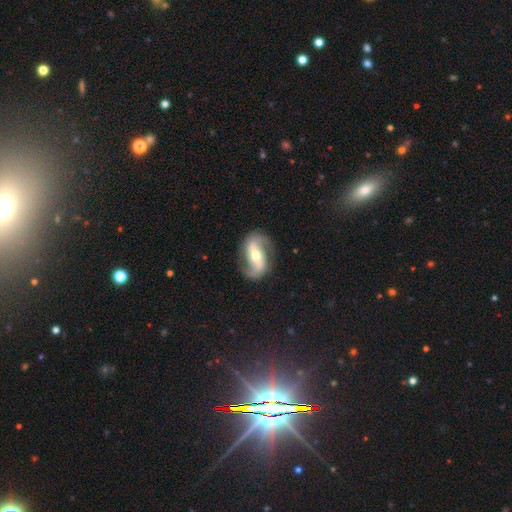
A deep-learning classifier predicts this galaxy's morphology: A featured or disk galaxy (86%) with a strong bar (45%), 2 (93%) loose (50%) spiral arms (94%) and a moderate central bulge (65%). Merging: none (83%).